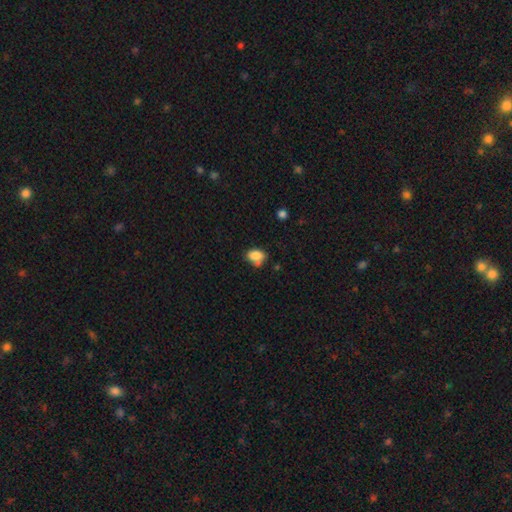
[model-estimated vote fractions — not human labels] A smooth galaxy with no disk features (82%) that is in between round and cigar-shaped (72%).

Vote fractions:
- Smooth or featured? smooth: 82% / star or artifact: 10% / featured or disk: 8%
- How rounded? in between: 72% / round: 27% / cigar-shaped: 1%
- Merging? none: 49% / minor disturbance: 29% / merger: 14% / major disturbance: 8%